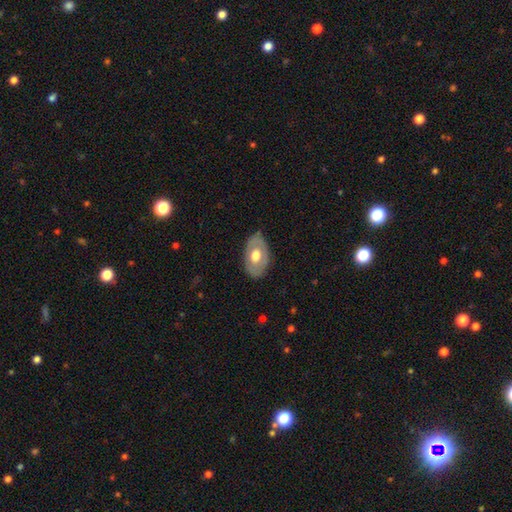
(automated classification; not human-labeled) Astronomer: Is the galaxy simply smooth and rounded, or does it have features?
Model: smooth — 50% (runner-up: featured or disk, 45%).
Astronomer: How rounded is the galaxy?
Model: in between — 86%.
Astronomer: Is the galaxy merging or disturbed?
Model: none — 80%.